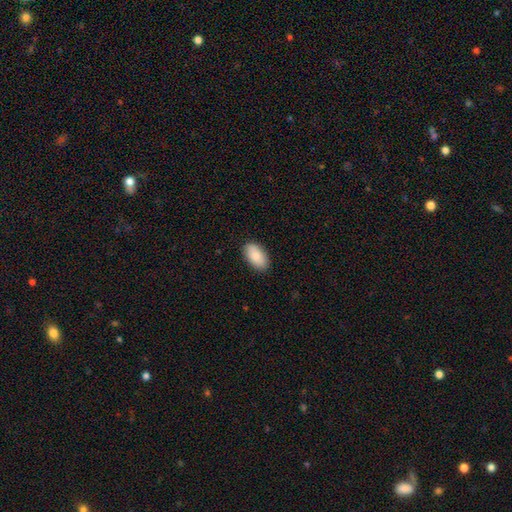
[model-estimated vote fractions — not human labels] A smooth galaxy with no disk features (86%) that is in between round and cigar-shaped (94%).

Vote fractions:
- Smooth or featured? smooth: 86% / featured or disk: 8% / star or artifact: 6%
- How rounded? in between: 94% / round: 4% / cigar-shaped: 2%
- Merging? none: 88% / minor disturbance: 9% / major disturbance: 2% / merger: 1%